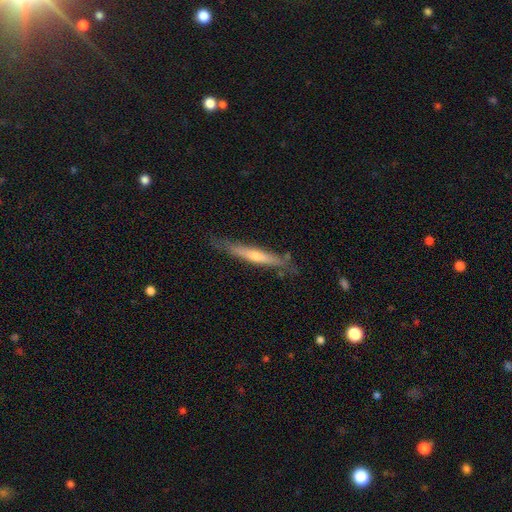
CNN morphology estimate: smooth_or_featured: featured or disk (p=0.64) [alt: smooth p=0.29]
disk_edge_on: yes (p=0.91) [alt: no p=0.09]
edge_on_bulge: rounded (p=0.69) [alt: none p=0.26]
merging: none (p=0.79) [alt: minor disturbance p=0.16]